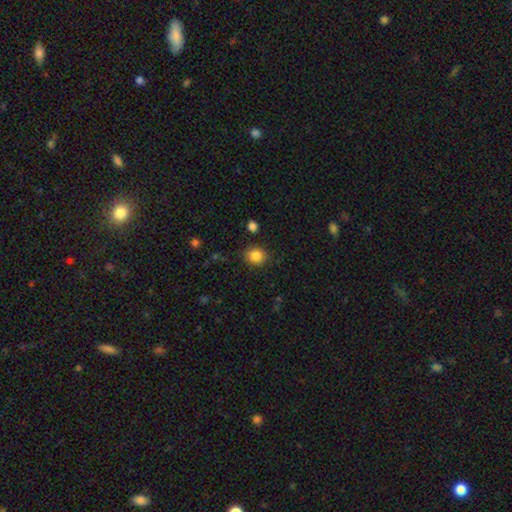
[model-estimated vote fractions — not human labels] Smooth or featured? smooth (85%)
How rounded? round (72%)
Merging? none (86%)